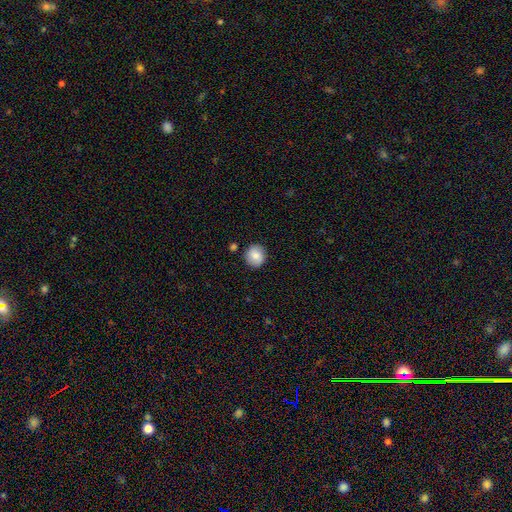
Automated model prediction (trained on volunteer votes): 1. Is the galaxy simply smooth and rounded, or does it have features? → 75% smooth, 17% featured or disk, 8% star or artifact.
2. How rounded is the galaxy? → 89% round, 10% in between, 1% cigar-shaped.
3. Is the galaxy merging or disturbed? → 86% none, 9% minor disturbance, 3% merger, 2% major disturbance.